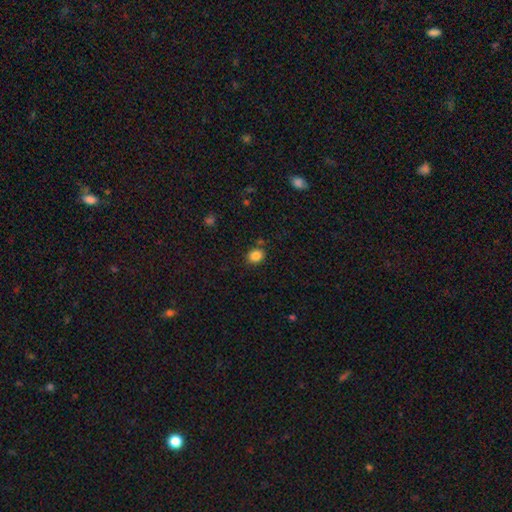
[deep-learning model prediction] Smooth or featured: smooth — 85% (star or artifact — 11%)
How rounded: round — 62% (in between — 37%)
Merging: none — 81% (minor disturbance — 12%)